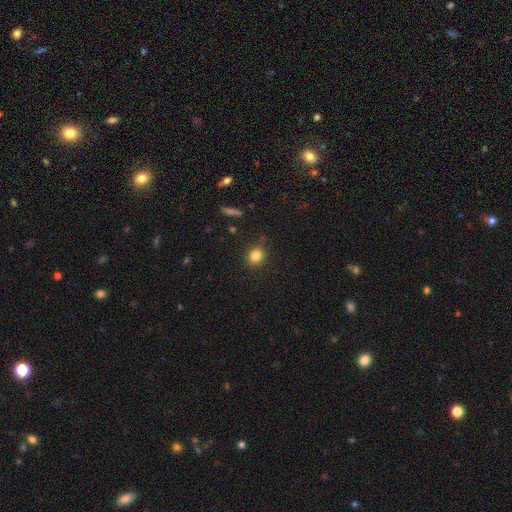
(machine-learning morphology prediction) smooth_or_featured: smooth (p=0.83) [alt: star or artifact p=0.12]
how_rounded: round (p=0.75) [alt: in between p=0.23]
merging: none (p=0.84) [alt: minor disturbance p=0.11]